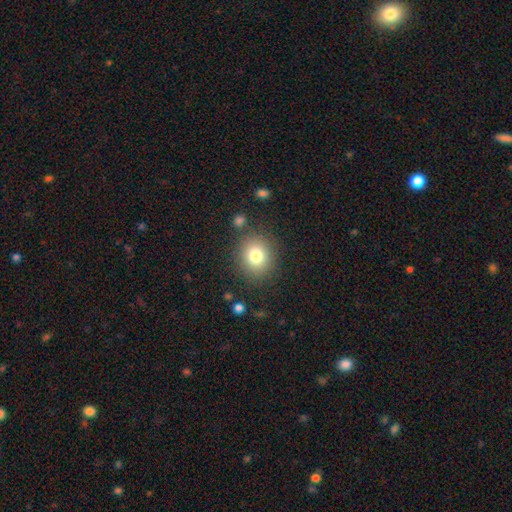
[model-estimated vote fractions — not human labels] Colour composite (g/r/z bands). It shows a smooth galaxy with no disk features (79%) that is round (81%). Merging: none (85%).